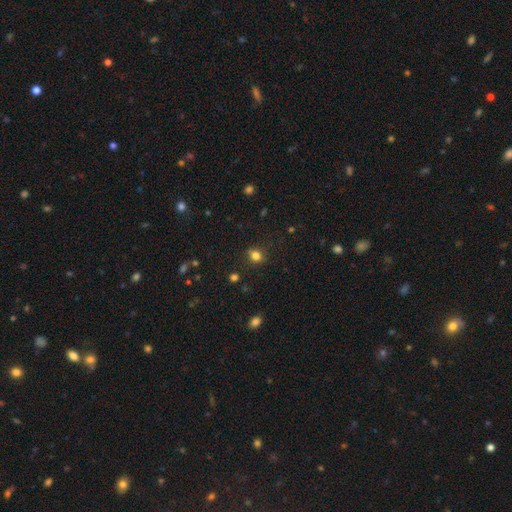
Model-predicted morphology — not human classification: type=smooth (80%); roundness=round (59%); merging=none (81%).